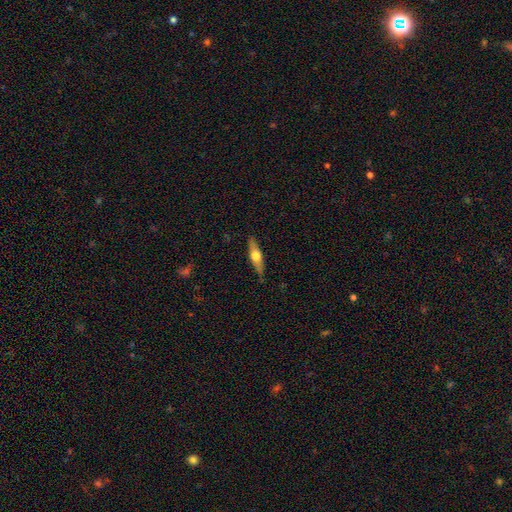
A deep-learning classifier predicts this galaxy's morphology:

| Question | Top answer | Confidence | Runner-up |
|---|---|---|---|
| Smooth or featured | featured or disk | 55% | smooth (39%) |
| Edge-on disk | yes | 92% | no (8%) |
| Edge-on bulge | rounded | 94% | boxy (4%) |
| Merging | none | 86% | minor disturbance (11%) |